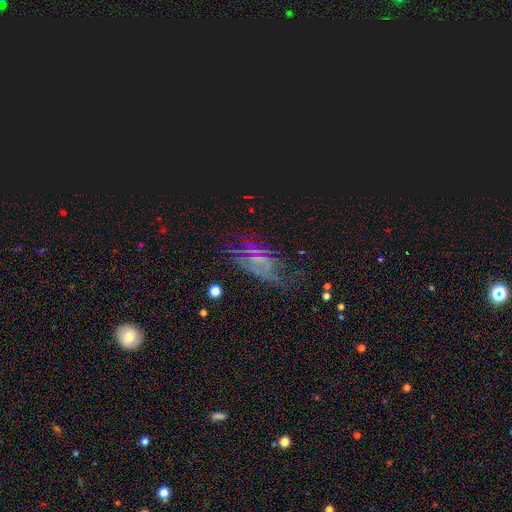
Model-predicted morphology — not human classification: Smooth or featured? Predicted: star or artifact (p=0.47).